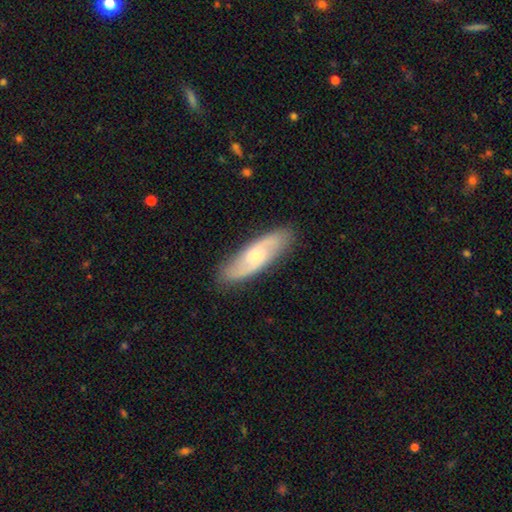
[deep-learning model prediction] Q: Smooth or featured?
A: featured or disk (66%); runner-up: smooth (29%)
Q: Edge-on disk?
A: no (83%); runner-up: yes (17%)
Q: Bar?
A: no (65%); runner-up: weak (30%)
Q: Spiral arms?
A: yes (88%); runner-up: no (12%)
Q: Bulge size?
A: small (67%); runner-up: moderate (29%)
Q: Merging?
A: none (86%); runner-up: minor disturbance (11%)